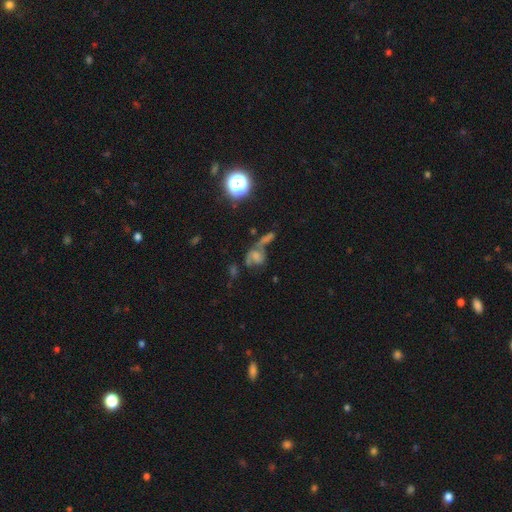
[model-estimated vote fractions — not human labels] Smooth or featured: featured or disk — 34% (tied with smooth — 34%)
Merging: merger — 41% (none — 30%)